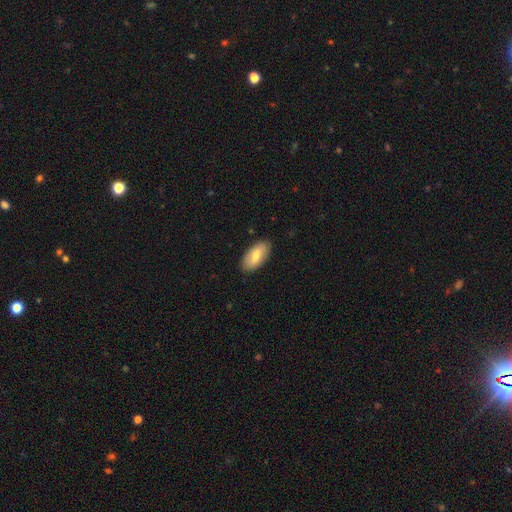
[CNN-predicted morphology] smooth-or-featured: smooth: 68% | featured or disk: 27% | star or artifact: 6%
  how-rounded: in between: 93% | cigar-shaped: 5% | round: 3%
  merging: none: 87% | minor disturbance: 10% | major disturbance: 2% | merger: 1%